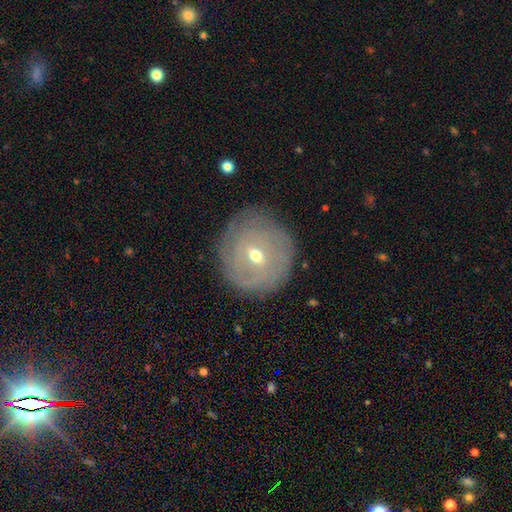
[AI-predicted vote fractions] Overall: featured or disk (61%; smooth 31%). Edge-on disk: no (94%). Bar: weak (50%; no 38%). Spiral arms: yes (65%; no 35%). Bulge size: moderate (53%; small 43%). Merging: none (79%).